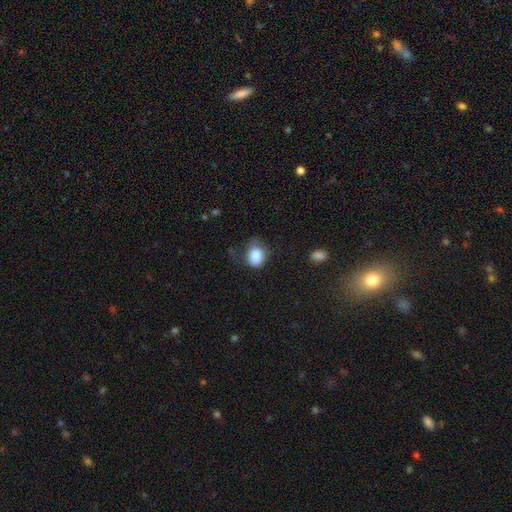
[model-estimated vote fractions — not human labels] smooth_or_featured: smooth (p=0.85) [alt: star or artifact p=0.08]
how_rounded: in between (p=0.50) [alt: round p=0.49]
merging: none (p=0.49) [alt: minor disturbance p=0.34]